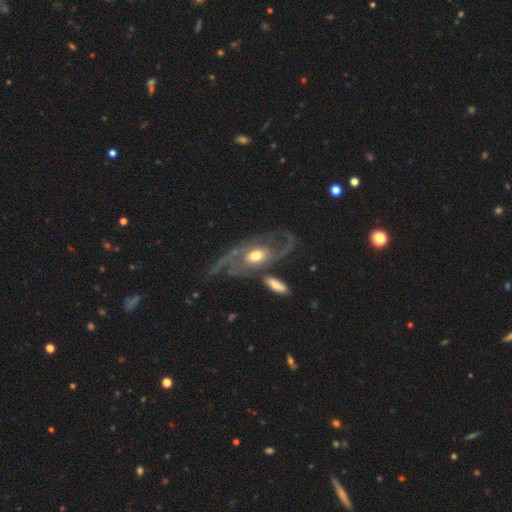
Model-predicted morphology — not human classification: Overall: featured or disk (83%). Edge-on disk: no (94%). Bar: no (63%; weak 28%). Spiral arms: yes (87%). Spiral arm count: 2 (67%). Spiral winding: medium (40%; loose 38%). Bulge size: moderate (64%). Merging: none (44%; major disturbance 24%).